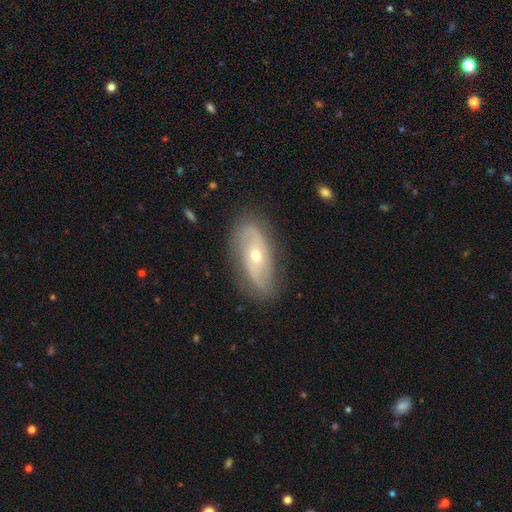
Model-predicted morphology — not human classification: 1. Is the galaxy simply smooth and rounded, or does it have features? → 74% featured or disk, 19% smooth, 7% star or artifact.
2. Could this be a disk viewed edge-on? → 90% no, 10% yes.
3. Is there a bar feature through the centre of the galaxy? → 69% no, 23% weak, 9% strong.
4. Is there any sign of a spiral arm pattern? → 82% yes, 18% no.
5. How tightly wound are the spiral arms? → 38% medium, 33% loose, 29% tight.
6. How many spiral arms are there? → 80% 2, 12% can't tell, 3% 1, 2% 3, 1% 4, 1% more than 4.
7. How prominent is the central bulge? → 51% small, 45% moderate, 2% large, 1% dominant, 1% none.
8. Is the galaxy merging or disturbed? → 80% none, 15% minor disturbance, 4% major disturbance, 1% merger.